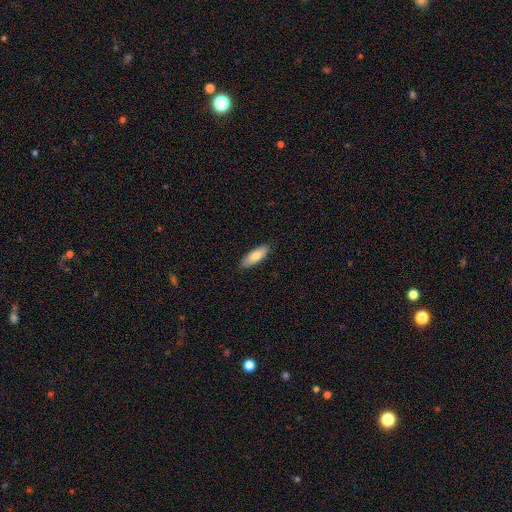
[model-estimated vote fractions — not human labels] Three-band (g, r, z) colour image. It shows a smooth galaxy with no disk features (76%) that is in between round and cigar-shaped (59%). Merging: none (88%).